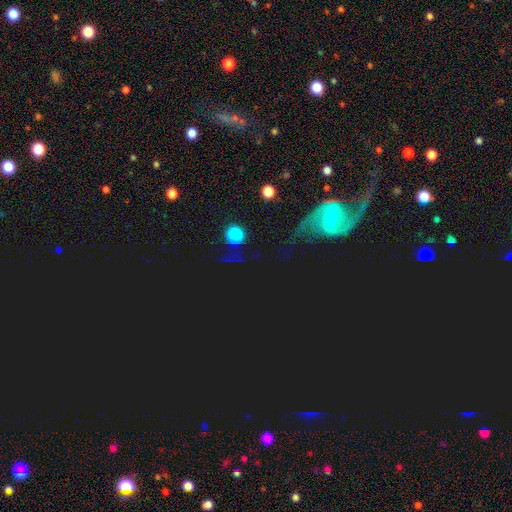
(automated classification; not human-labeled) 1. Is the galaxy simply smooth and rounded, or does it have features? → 66% star or artifact, 22% smooth, 12% featured or disk.